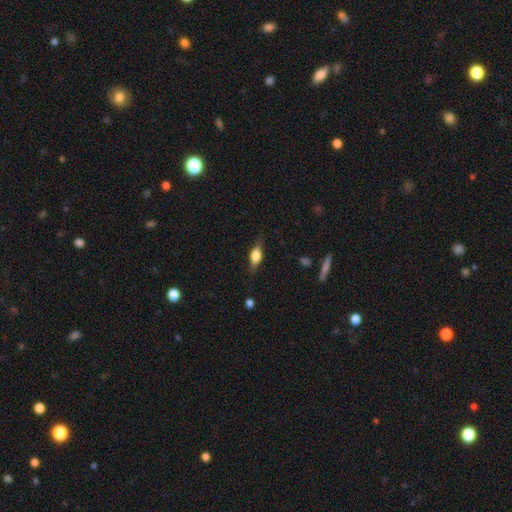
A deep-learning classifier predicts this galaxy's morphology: Smooth or featured? smooth (57%)
How rounded? in between (69%)
Merging? none (75%)